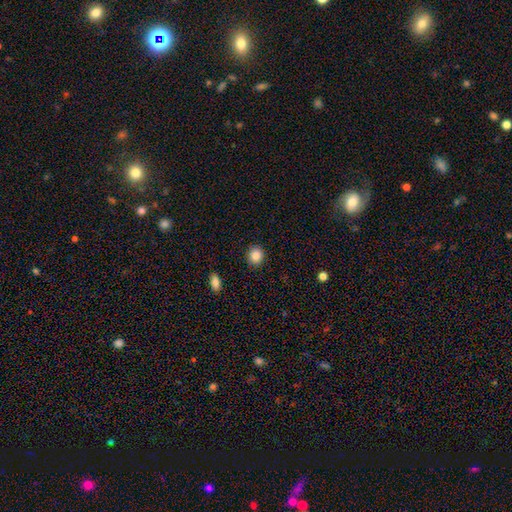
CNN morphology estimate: The model was most divided on "how rounded": round: 77%, in between: 22%, cigar-shaped: 1%. More confident: merging — none (89%); smooth or featured — smooth (87%).